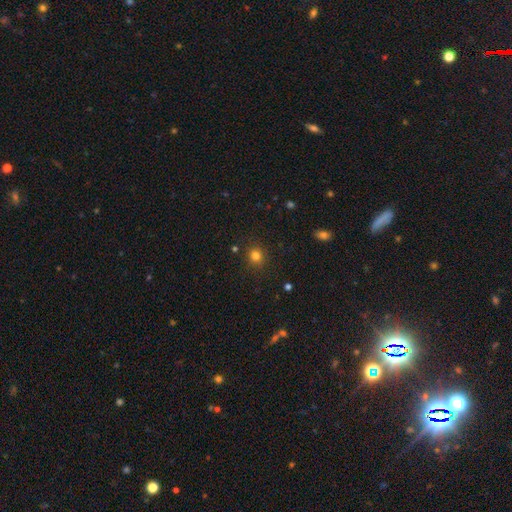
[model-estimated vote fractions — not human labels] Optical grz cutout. It shows a smooth galaxy with no disk features (80%) that is round (88%). Merging: none (88%).